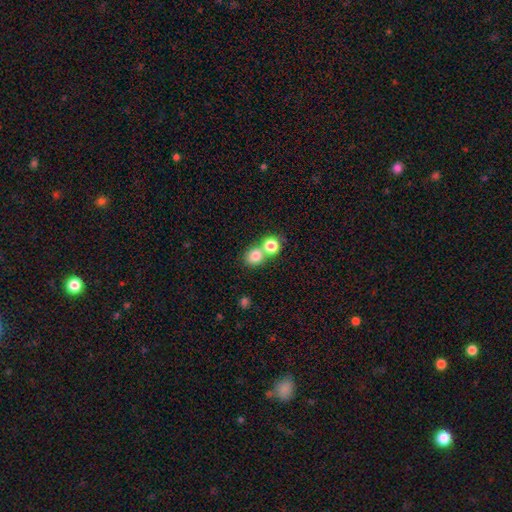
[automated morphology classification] smooth 79%, star or artifact 13%, featured or disk 8%. Down the decision tree: how rounded — round (80%); merging — none (50%).